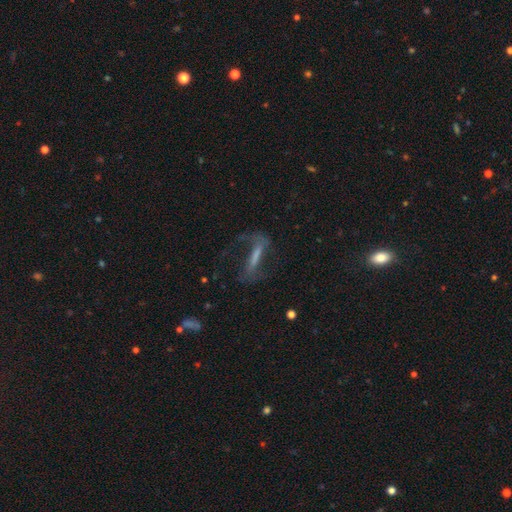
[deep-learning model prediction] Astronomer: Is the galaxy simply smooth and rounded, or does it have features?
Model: featured or disk — 63%.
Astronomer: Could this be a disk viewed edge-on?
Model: no — 75%.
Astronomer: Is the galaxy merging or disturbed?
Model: none — 54%.